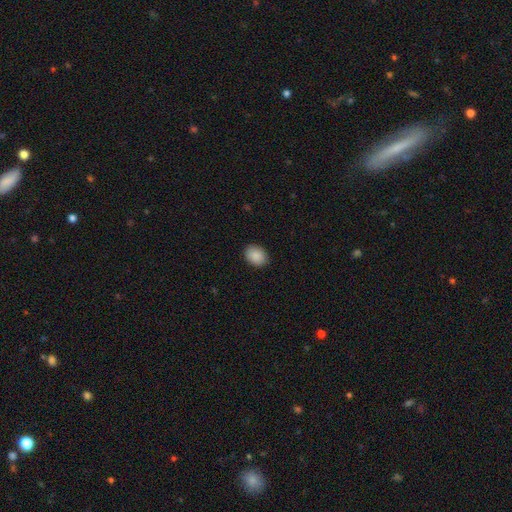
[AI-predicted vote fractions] This is clearly a smooth galaxy (90%). How rounded: likely in between (64%). Merging: clearly none (89%).